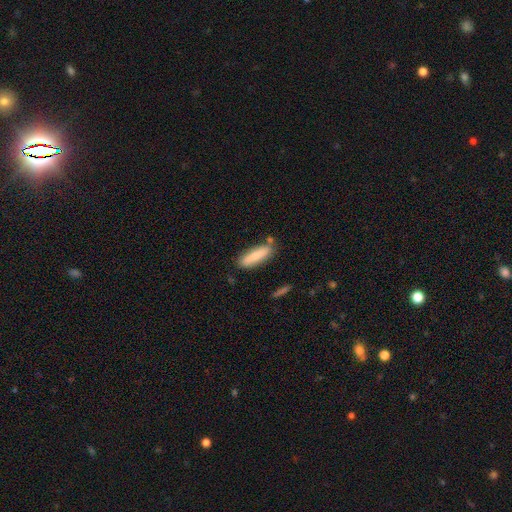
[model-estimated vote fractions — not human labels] Smooth or featured: smooth — 70% (featured or disk — 24%)
How rounded: cigar-shaped — 65% (in between — 34%)
Merging: none — 77% (minor disturbance — 14%)